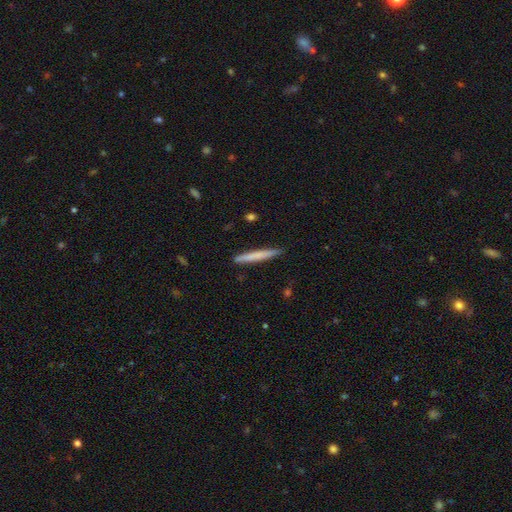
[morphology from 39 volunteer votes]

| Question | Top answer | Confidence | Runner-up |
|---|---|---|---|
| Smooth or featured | smooth | 69% | featured or disk (23%) |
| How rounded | cigar-shaped | 96% | round (4%) |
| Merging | none | 89% | minor disturbance (8%) |